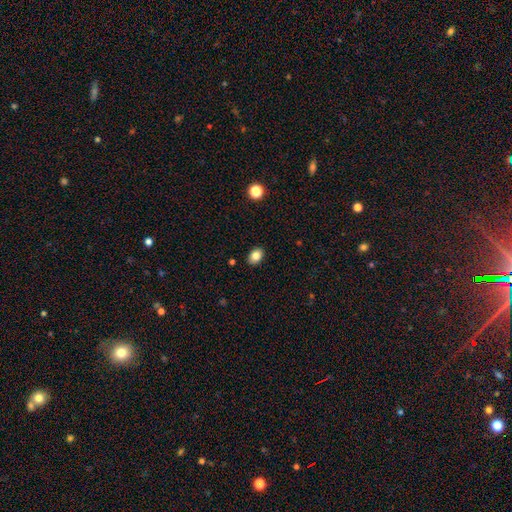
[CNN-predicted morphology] Overall: smooth (84%). How rounded: in between (77%). Merging: none (89%).